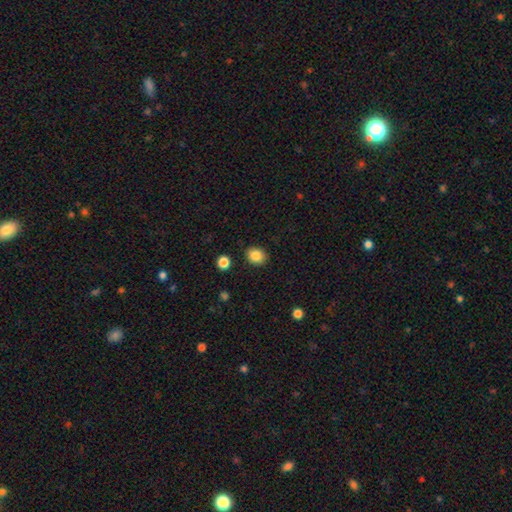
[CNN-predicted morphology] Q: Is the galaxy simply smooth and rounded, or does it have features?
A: smooth — 86%.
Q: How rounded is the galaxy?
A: round — 54%.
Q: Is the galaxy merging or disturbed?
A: none — 88%.